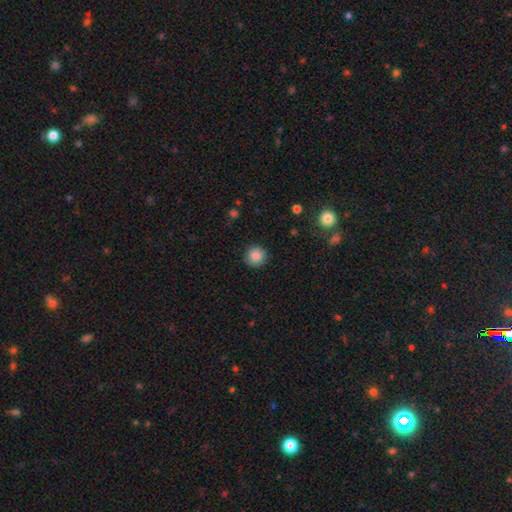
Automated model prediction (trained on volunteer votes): This appears to be a smooth galaxy with no disk features (86%) that is round (93%). Merging: none (89%).